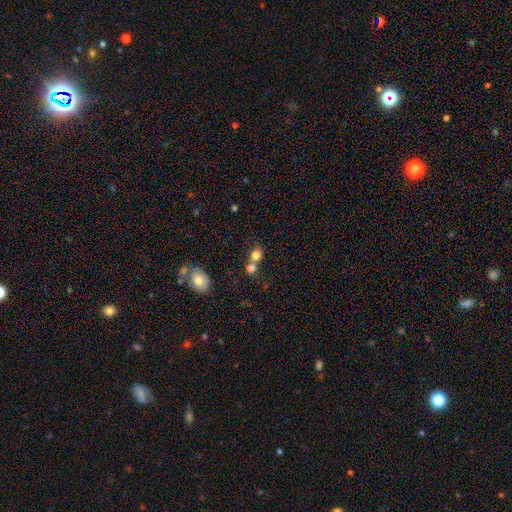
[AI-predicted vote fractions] smooth-or-featured: smooth: 80% | star or artifact: 11% | featured or disk: 10%
  how-rounded: round: 58% | in between: 40% | cigar-shaped: 2%
  merging: merger: 54% | none: 33% | minor disturbance: 8% | major disturbance: 5%